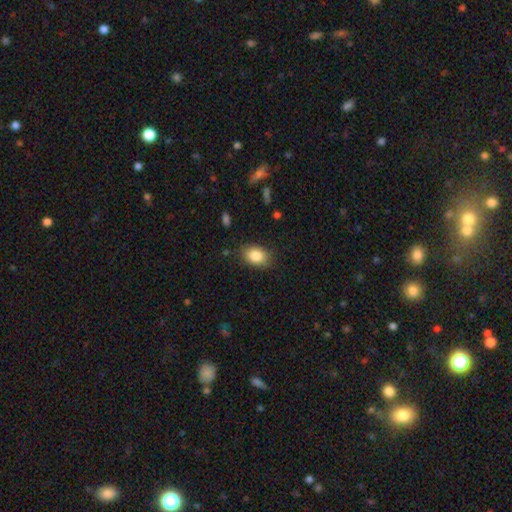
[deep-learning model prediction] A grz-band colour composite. It shows a smooth galaxy with no disk features (85%) that is in between round and cigar-shaped (79%). Merging: none (81%).